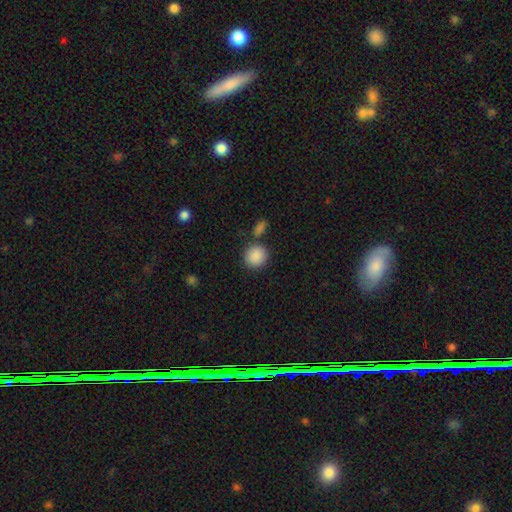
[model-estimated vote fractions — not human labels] Morphology: type=smooth (89%); roundness=round (85%); merging=none (77%).